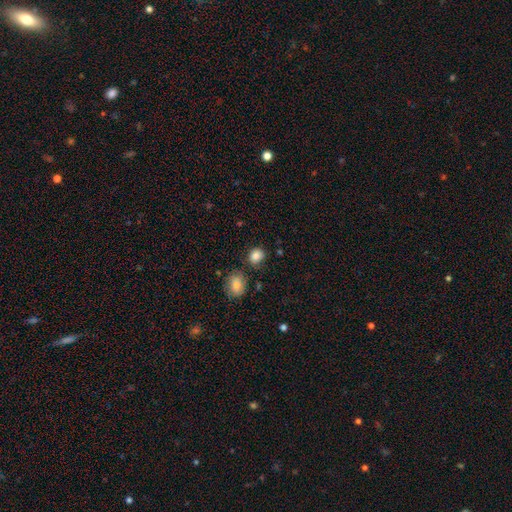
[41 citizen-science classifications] Q: Smooth or featured?
A: smooth (93%); runner-up: star or artifact (5%)
Q: How rounded?
A: round (89%); runner-up: in between (11%)
Q: Merging?
A: none (82%); runner-up: minor disturbance (15%)